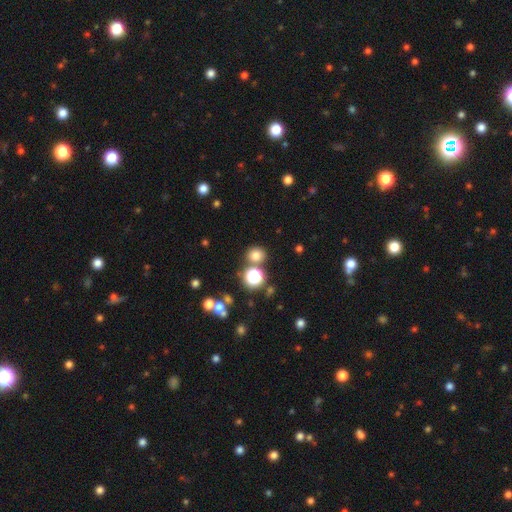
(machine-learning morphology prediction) smooth-or-featured: smooth: 74% | star or artifact: 20% | featured or disk: 6%
  how-rounded: round: 84% | in between: 15% | cigar-shaped: 1%
  merging: none: 78% | merger: 10% | minor disturbance: 8% | major disturbance: 3%